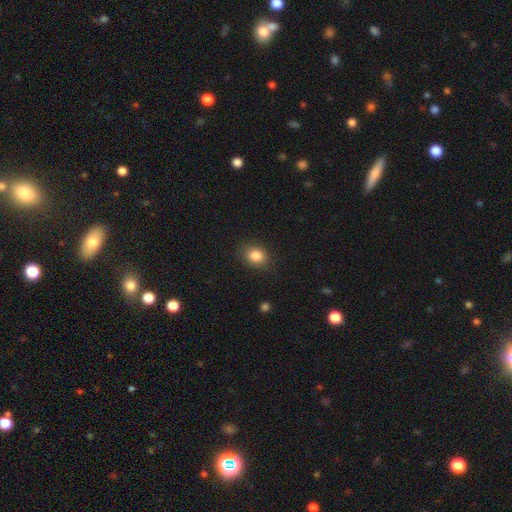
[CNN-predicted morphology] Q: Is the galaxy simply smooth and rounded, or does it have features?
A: smooth — 85%.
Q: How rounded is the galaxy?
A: round — 54%.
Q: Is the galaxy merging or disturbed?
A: none — 86%.